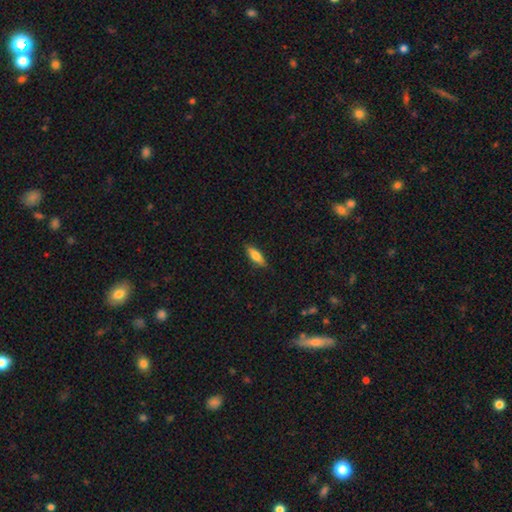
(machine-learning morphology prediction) The model was most divided on "how rounded": in between: 53%, cigar-shaped: 45%, round: 2%. More confident: merging — none (87%); smooth or featured — smooth (73%).